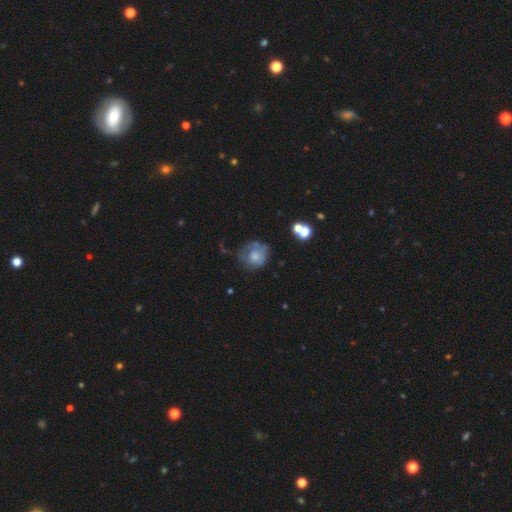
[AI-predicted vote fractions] Smooth or featured? Predicted: smooth (p=0.51). How rounded? Predicted: round (p=0.76). Merging? Predicted: none (p=0.48).